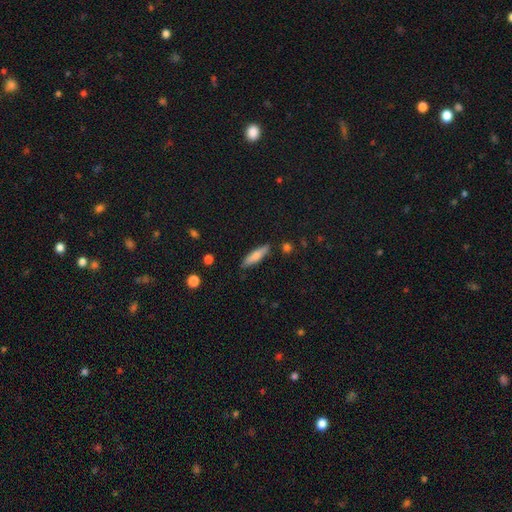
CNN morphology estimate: smooth 72%, featured or disk 22%, star or artifact 6%. Down the decision tree: how rounded — cigar-shaped (72%); merging — none (85%).